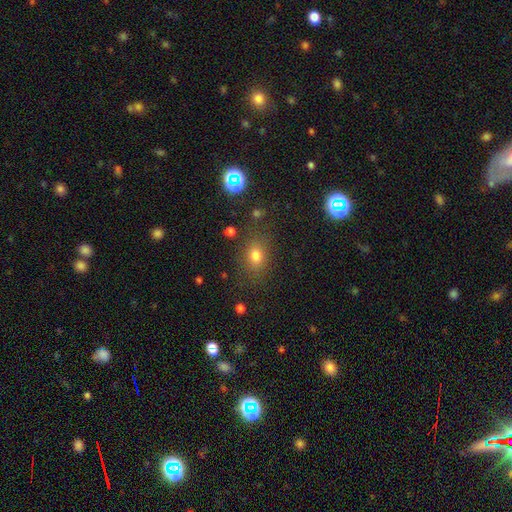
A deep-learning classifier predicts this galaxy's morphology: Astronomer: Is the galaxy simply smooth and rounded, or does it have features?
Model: smooth — 72%.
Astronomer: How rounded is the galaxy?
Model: in between — 57% (runner-up: round, 41%).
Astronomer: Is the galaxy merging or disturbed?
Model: none — 79%.